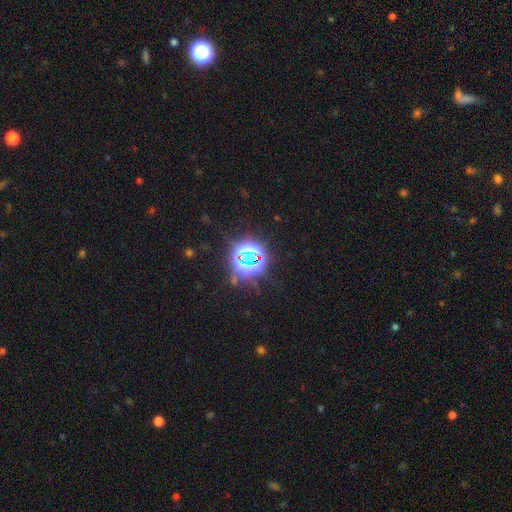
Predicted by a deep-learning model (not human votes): Smooth or featured? star or artifact (82%)